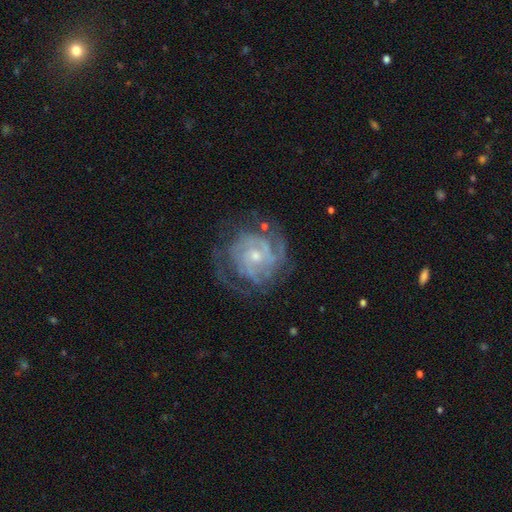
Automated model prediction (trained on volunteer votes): smooth-or-featured: featured or disk: 84% | smooth: 10% | star or artifact: 6%
  disk-edge-on: no: 98% | yes: 2%
    bar: no: 71% | weak: 25% | strong: 5%
    has-spiral-arms: yes: 91% | no: 9%
      spiral-winding: tight: 66% | medium: 27% | loose: 7%
      spiral-arm-count: can't tell: 39% | 2: 25% | 3: 17% | 4: 8% | 1: 6% | more than 4: 5%
    bulge-size: small: 57% | moderate: 39% | large: 2% | none: 2% | dominant: 1%
  merging: none: 64% | minor disturbance: 19% | major disturbance: 15% | merger: 2%